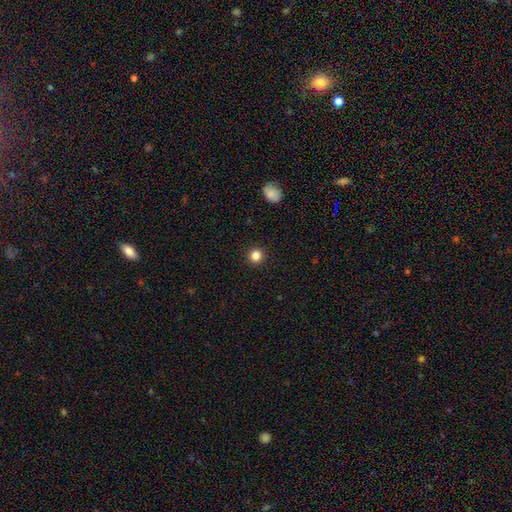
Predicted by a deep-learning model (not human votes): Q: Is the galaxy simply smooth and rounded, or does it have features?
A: smooth — 84%.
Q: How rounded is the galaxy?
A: round — 93%.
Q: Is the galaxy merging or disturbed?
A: none — 92%.